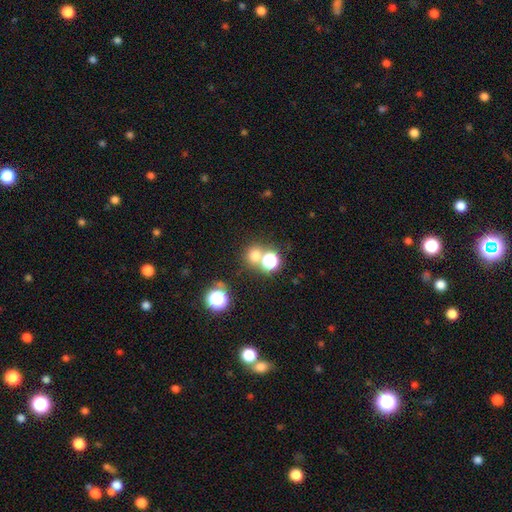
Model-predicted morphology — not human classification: This appears to be a smooth galaxy with no disk features (66%) that is round (88%). Merging: none (65%).